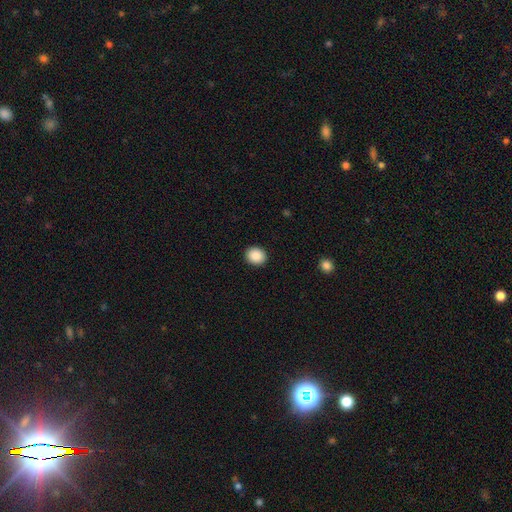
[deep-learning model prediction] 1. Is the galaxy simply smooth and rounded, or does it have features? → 89% smooth, 8% star or artifact, 3% featured or disk.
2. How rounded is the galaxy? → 71% round, 28% in between, 1% cigar-shaped.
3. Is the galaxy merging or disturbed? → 92% none, 5% minor disturbance, 2% major disturbance, 1% merger.